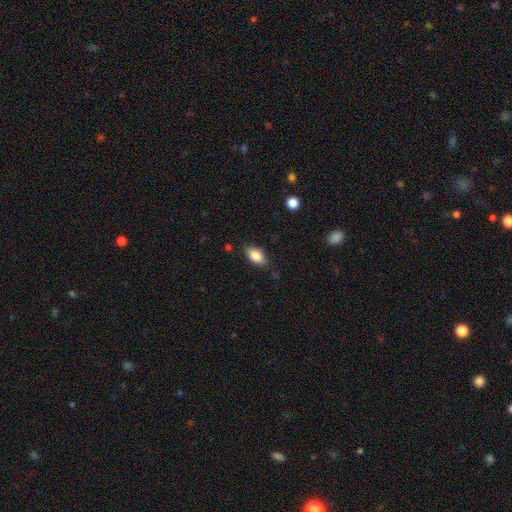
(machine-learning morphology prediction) This is clearly a smooth galaxy (85%). How rounded: clearly in between (90%). Merging: clearly none (82%).